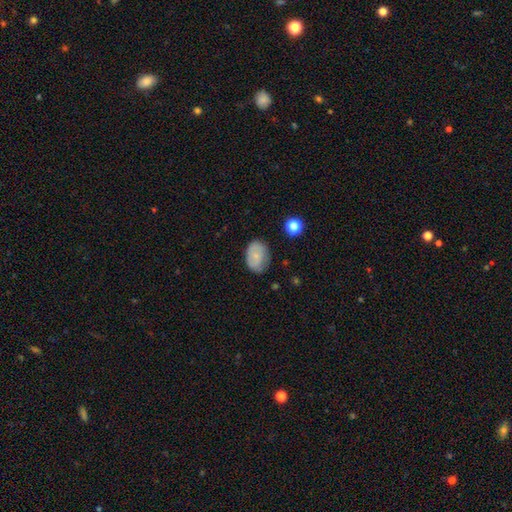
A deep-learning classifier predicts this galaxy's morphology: Smooth or featured? smooth (73%)
How rounded? in between (78%)
Merging? none (70%)